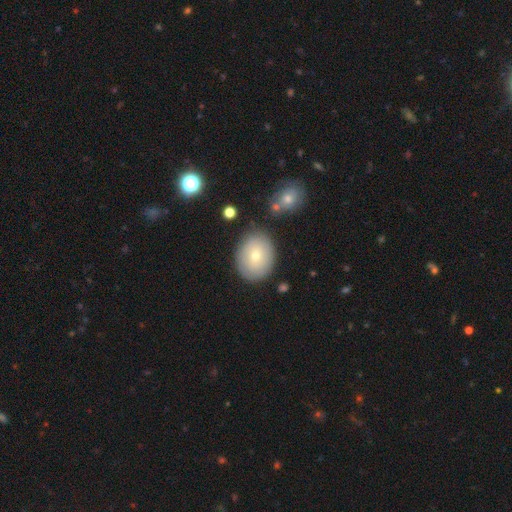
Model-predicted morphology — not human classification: The model was most divided on "how rounded": in between: 51%, round: 48%, cigar-shaped: 1%. More confident: merging — none (80%); smooth or featured — smooth (67%).